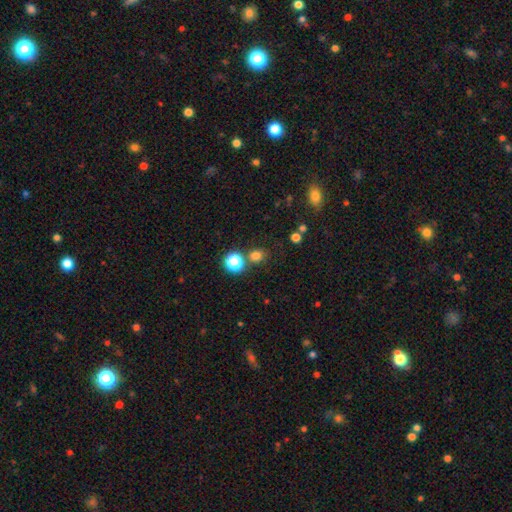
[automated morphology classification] The model was most divided on "smooth or featured": smooth: 73%, star or artifact: 21%, featured or disk: 6%. More confident: how rounded — round (78%); merging — none (74%).